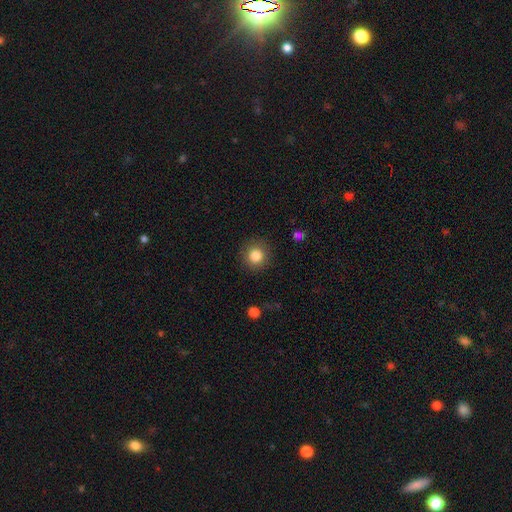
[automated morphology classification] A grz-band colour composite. It shows a smooth galaxy with no disk features (84%) that is round (93%). Merging: none (89%).